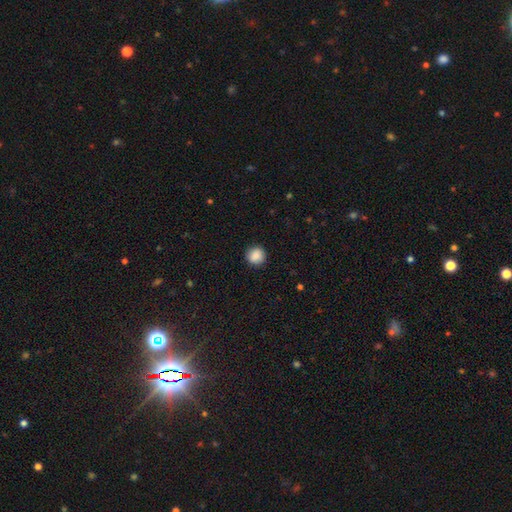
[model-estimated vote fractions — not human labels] This is clearly a smooth galaxy (89%). How rounded: clearly round (91%). Merging: clearly none (90%).